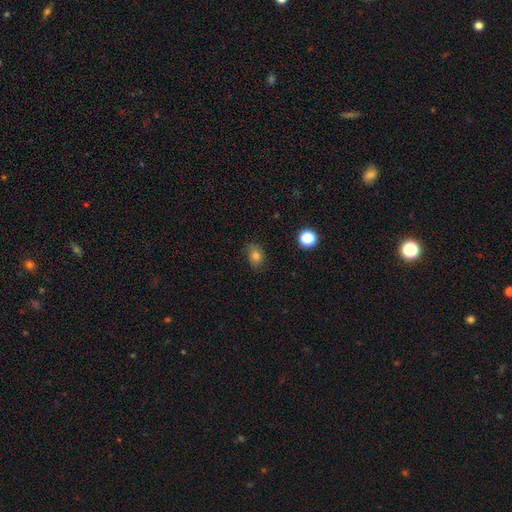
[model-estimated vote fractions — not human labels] Morphology: type=smooth (80%); roundness=in between (59%); merging=none (75%).